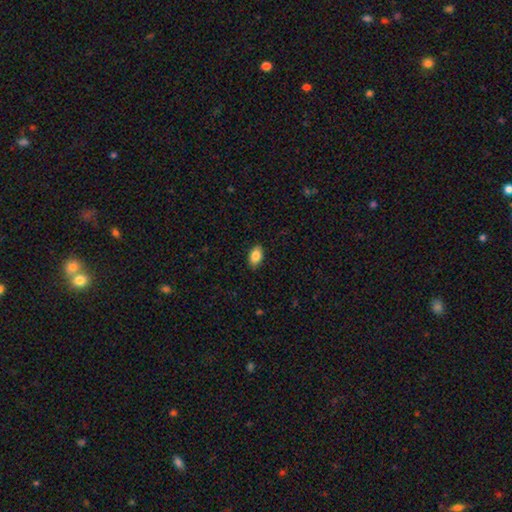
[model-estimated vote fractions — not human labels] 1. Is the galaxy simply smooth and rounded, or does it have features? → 86% smooth, 8% star or artifact, 7% featured or disk.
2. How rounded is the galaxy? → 91% in between, 7% round, 2% cigar-shaped.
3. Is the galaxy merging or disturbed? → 88% none, 9% minor disturbance, 2% major disturbance, 1% merger.